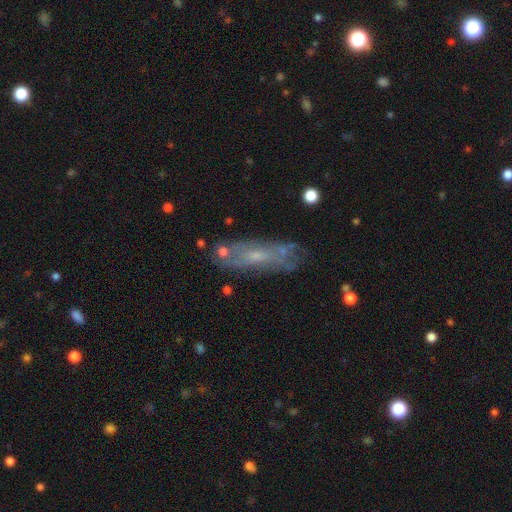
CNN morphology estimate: type=featured or disk (57%); edge-on=no (71%); merging=none (64%).